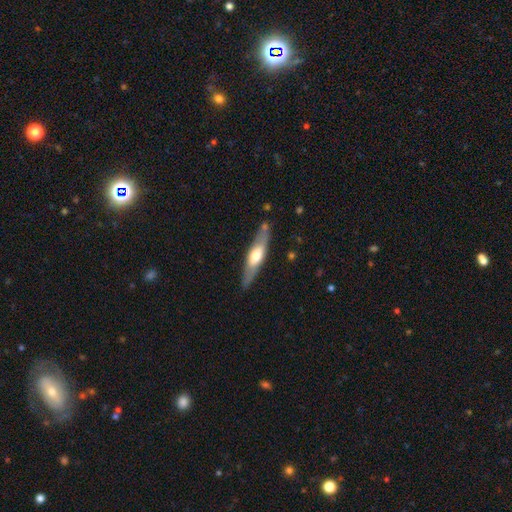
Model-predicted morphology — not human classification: This appears to be a featured or disk galaxy (54%) viewed edge-on (82%). Merging: none (82%).